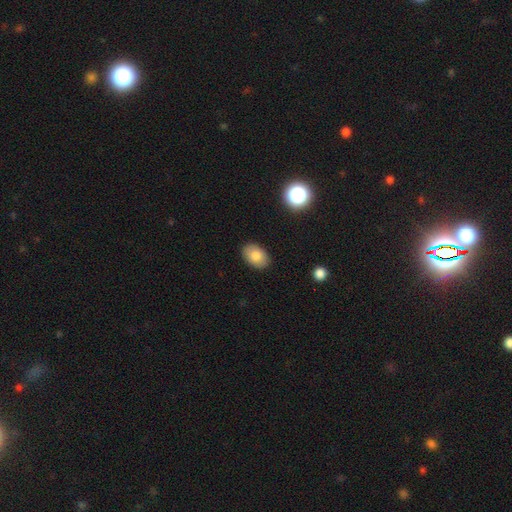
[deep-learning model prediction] smooth-or-featured: smooth: 82% | featured or disk: 10% | star or artifact: 8%
  how-rounded: in between: 86% | round: 13% | cigar-shaped: 1%
  merging: none: 89% | minor disturbance: 8% | major disturbance: 2% | merger: 1%